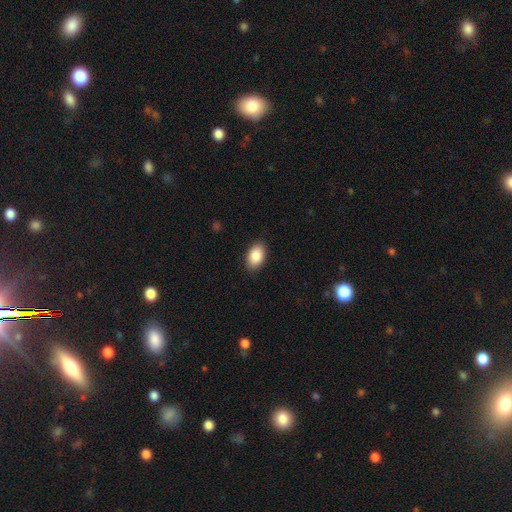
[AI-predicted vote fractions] The model was most divided on "merging": none: 88%, minor disturbance: 9%, major disturbance: 2%, merger: 1%. More confident: how rounded — in between (91%); smooth or featured — smooth (88%).